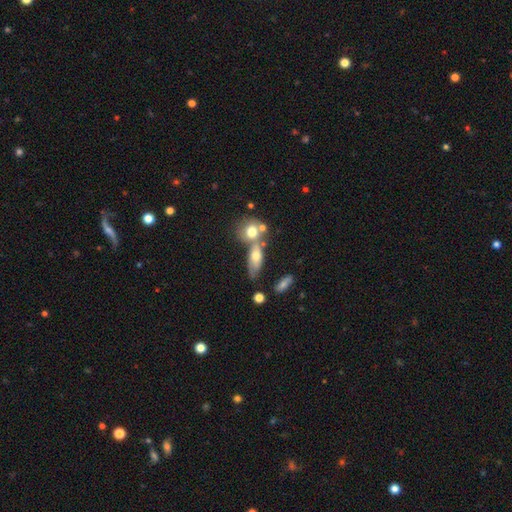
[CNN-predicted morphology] smooth_or_featured: smooth (p=0.62) [alt: featured or disk p=0.28]
how_rounded: in between (p=0.67) [alt: round p=0.17]
merging: merger (p=0.46) [alt: none p=0.32]